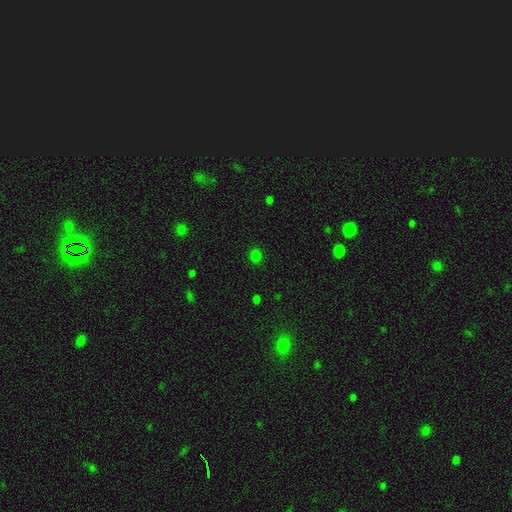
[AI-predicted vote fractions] Smooth or featured?
  - smooth: 75% *
  - star or artifact: 21%
  - featured or disk: 3%
How rounded?
  - round: 74% *
  - in between: 25%
  - cigar-shaped: 1%
Merging?
  - none: 88% *
  - minor disturbance: 8%
  - major disturbance: 3%
  - merger: 1%